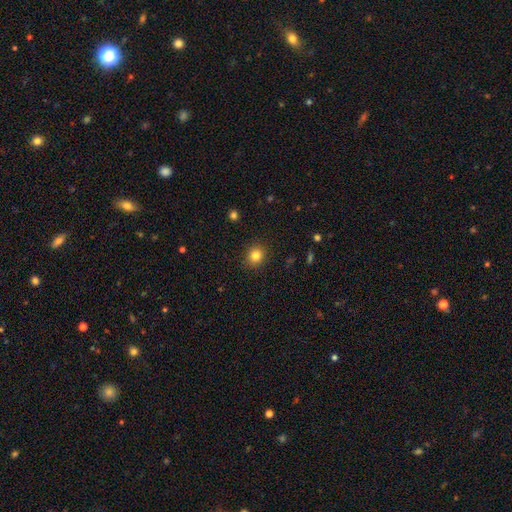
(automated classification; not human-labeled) Overall: smooth (82%). How rounded: round (84%). Merging: none (91%).